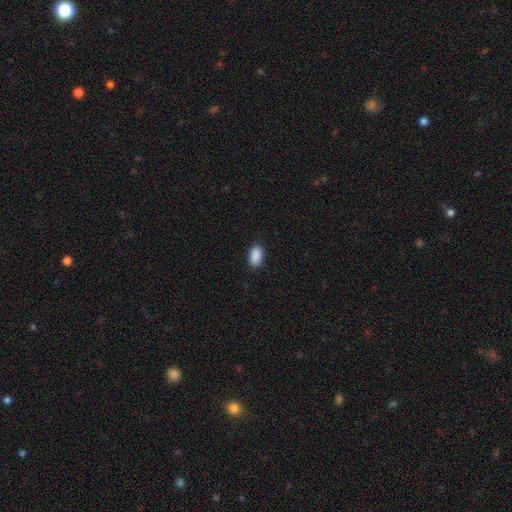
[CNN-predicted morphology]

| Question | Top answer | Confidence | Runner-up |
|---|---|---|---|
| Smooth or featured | smooth | 91% | star or artifact (7%) |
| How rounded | in between | 93% | round (6%) |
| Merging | none | 88% | minor disturbance (9%) |